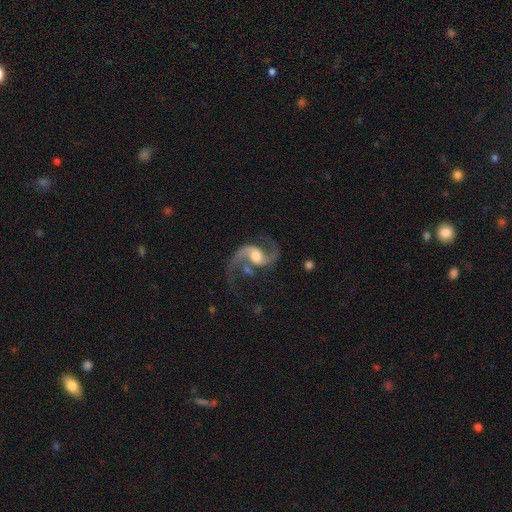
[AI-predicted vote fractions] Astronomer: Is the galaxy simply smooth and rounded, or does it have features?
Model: featured or disk — 92%.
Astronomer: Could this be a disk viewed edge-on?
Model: no — 98%.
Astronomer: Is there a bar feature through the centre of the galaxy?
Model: weak — 43% (runner-up: no, 40%).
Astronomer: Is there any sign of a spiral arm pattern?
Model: yes — 98%.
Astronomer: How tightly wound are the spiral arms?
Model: loose — 58% (runner-up: medium, 37%).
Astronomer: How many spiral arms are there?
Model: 2 — 94%.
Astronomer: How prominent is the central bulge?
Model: moderate — 50% (runner-up: large, 27%).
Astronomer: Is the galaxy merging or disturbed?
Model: none — 65%.